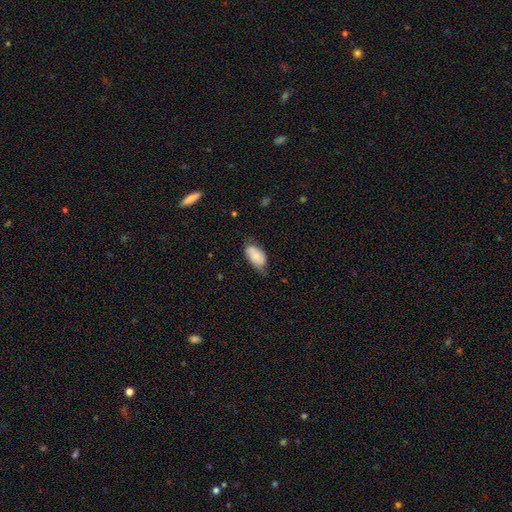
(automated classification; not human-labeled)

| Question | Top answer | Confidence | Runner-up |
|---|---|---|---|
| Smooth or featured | smooth | 77% | featured or disk (16%) |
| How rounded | in between | 94% | round (4%) |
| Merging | none | 54% | minor disturbance (36%) |